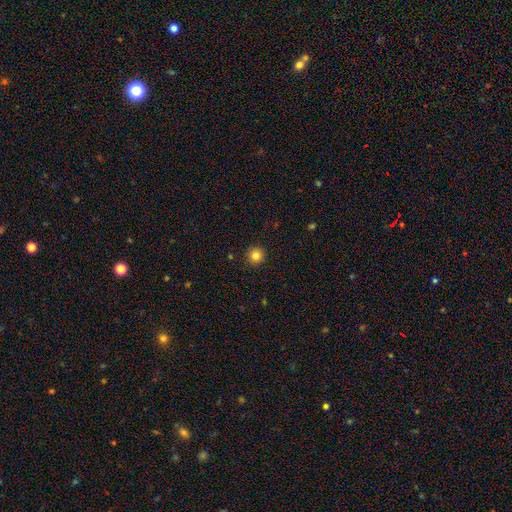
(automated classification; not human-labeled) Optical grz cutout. It shows a smooth galaxy with no disk features (84%) that is round (96%). Merging: none (93%).